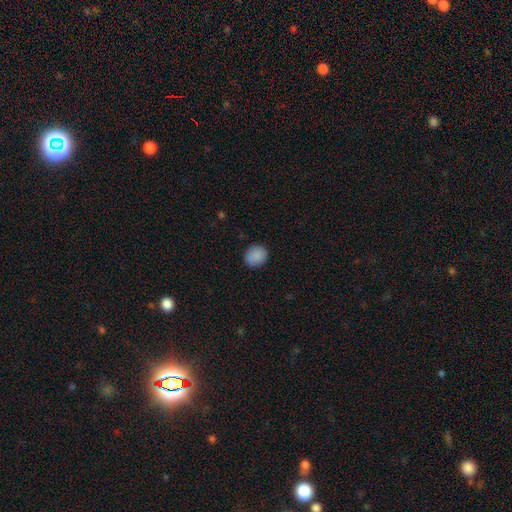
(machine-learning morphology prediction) Smooth or featured? smooth (89%)
How rounded? round (67%)
Merging? none (89%)